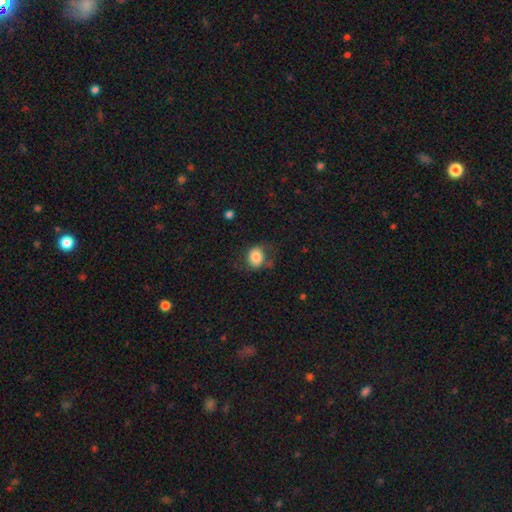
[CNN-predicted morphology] smooth 80%, featured or disk 12%, star or artifact 9%. Down the decision tree: how rounded — round (58%); merging — none (61%).